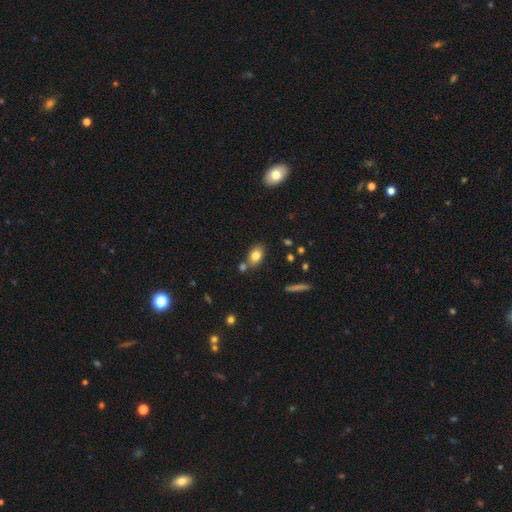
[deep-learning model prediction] Overall: smooth (79%). How rounded: in between (81%). Merging: none (67%).